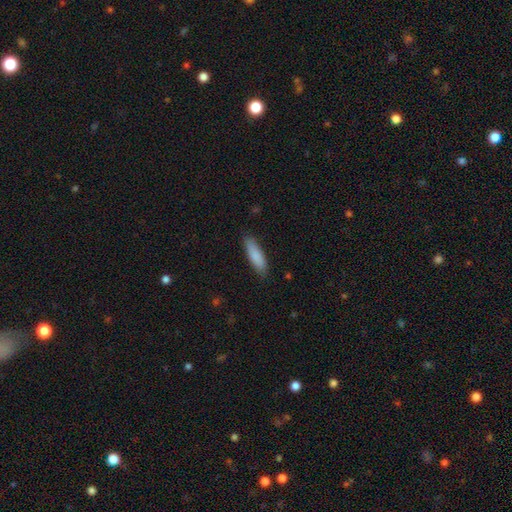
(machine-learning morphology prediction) type=smooth (86%); roundness=cigar-shaped (59%); merging=none (84%).